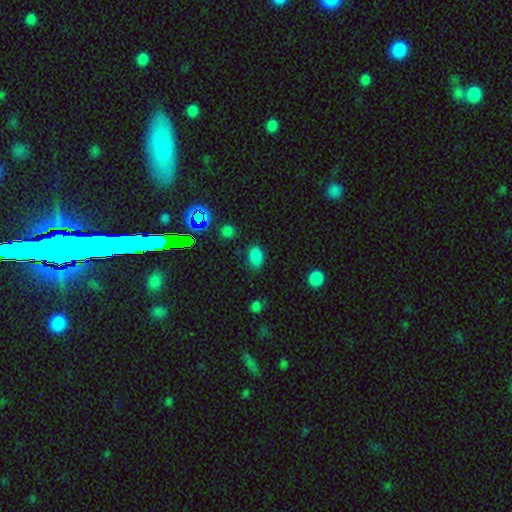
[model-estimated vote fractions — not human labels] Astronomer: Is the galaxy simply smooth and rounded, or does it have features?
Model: smooth — 80%.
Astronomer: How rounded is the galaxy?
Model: in between — 79%.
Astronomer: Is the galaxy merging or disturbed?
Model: none — 78%.